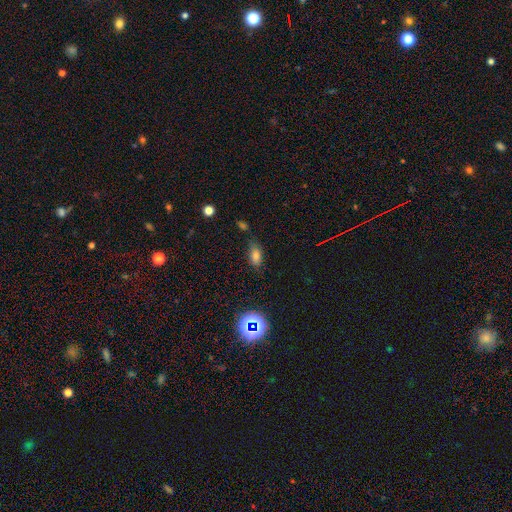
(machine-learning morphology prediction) This appears to be a smooth galaxy with no disk features (73%) that is in between round and cigar-shaped (87%). Merging: none (62%).